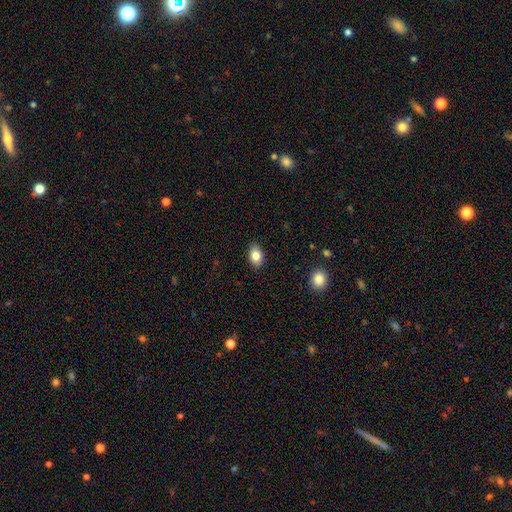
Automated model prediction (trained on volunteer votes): Smooth or featured?
  - smooth: 84% *
  - featured or disk: 8%
  - star or artifact: 8%
How rounded?
  - in between: 84% *
  - round: 15%
  - cigar-shaped: 1%
Merging?
  - none: 87% *
  - minor disturbance: 10%
  - major disturbance: 2%
  - merger: 1%